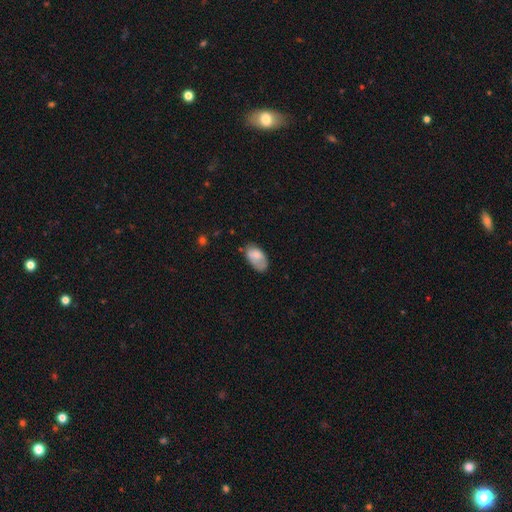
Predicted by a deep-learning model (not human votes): This is likely a smooth galaxy (72%). How rounded: clearly in between (93%). Merging: possibly none (49%).